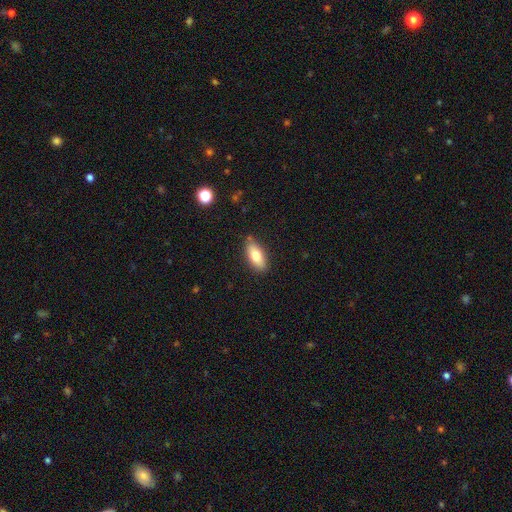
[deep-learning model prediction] This appears to be a smooth galaxy with no disk features (76%) that is in between round and cigar-shaped (83%). Merging: none (83%).